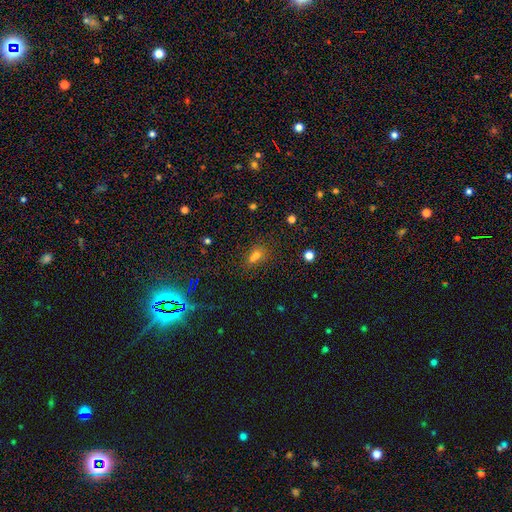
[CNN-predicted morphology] The model was most divided on "merging": none: 47%, merger: 40%, minor disturbance: 9%, major disturbance: 4%. More confident: how rounded — round (58%); smooth or featured — smooth (53%).